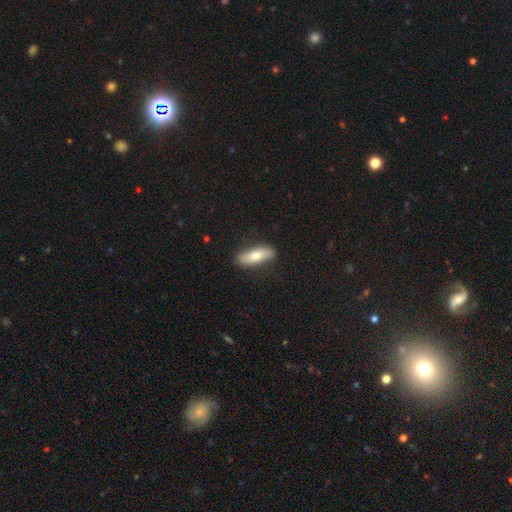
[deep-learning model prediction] Morphology: type=smooth (73%); roundness=in between (59%); merging=none (85%).